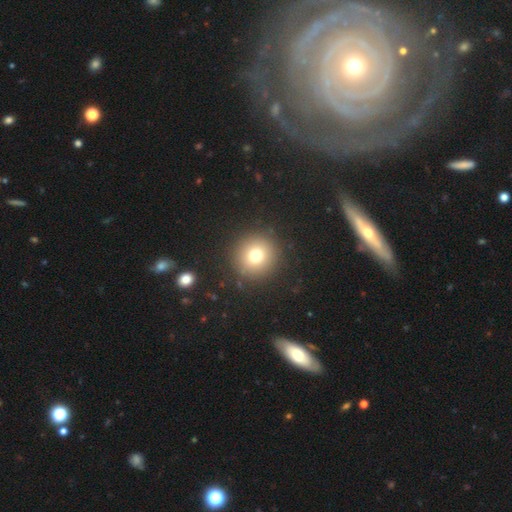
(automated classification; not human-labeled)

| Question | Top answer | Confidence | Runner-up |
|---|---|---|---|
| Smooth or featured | smooth | 75% | star or artifact (15%) |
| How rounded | round | 94% | in between (5%) |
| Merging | none | 90% | minor disturbance (6%) |